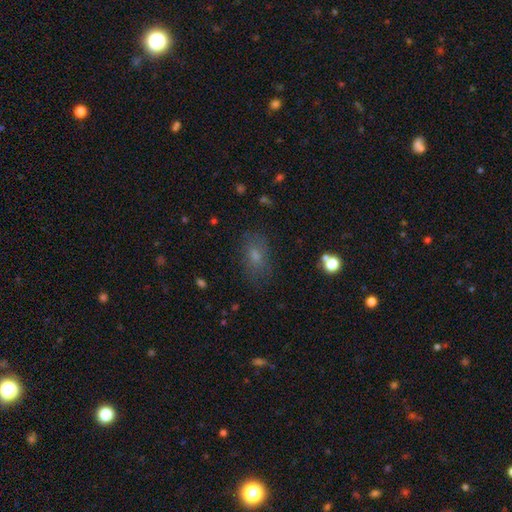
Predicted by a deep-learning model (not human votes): Q: Smooth or featured?
A: smooth (67%); runner-up: featured or disk (17%)
Q: How rounded?
A: in between (83%); runner-up: round (13%)
Q: Merging?
A: none (76%); runner-up: minor disturbance (16%)